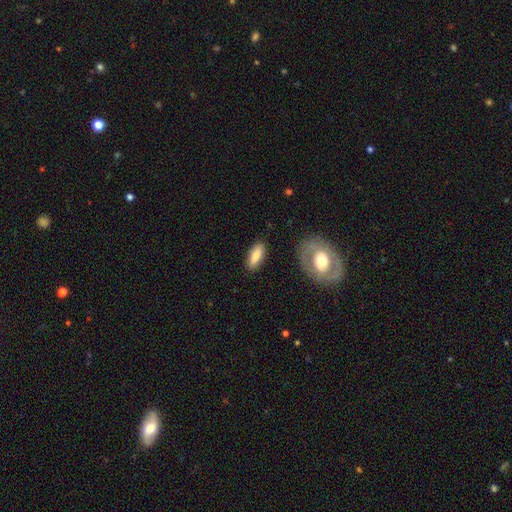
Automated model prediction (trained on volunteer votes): Overall: smooth (78%). How rounded: in between (76%). Merging: none (85%).